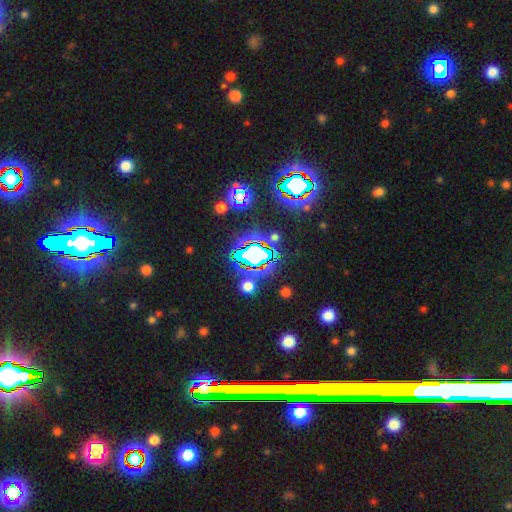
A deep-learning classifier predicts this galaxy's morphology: Smooth or featured?
  - star or artifact: 68% *
  - smooth: 20%
  - featured or disk: 12%